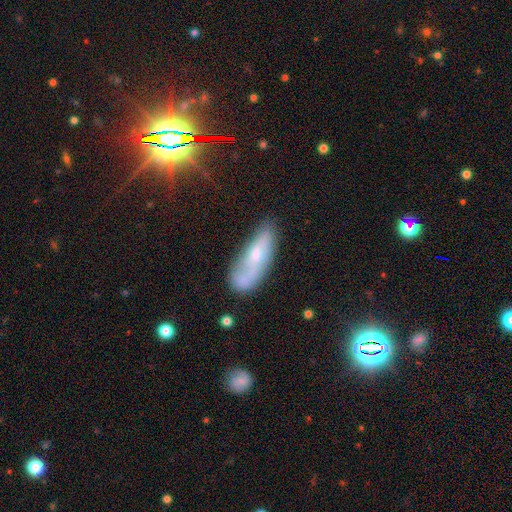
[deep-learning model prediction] Q: Smooth or featured?
A: smooth (51%); runner-up: featured or disk (38%)
Q: How rounded?
A: in between (60%); runner-up: cigar-shaped (38%)
Q: Merging?
A: none (49%); runner-up: minor disturbance (27%)